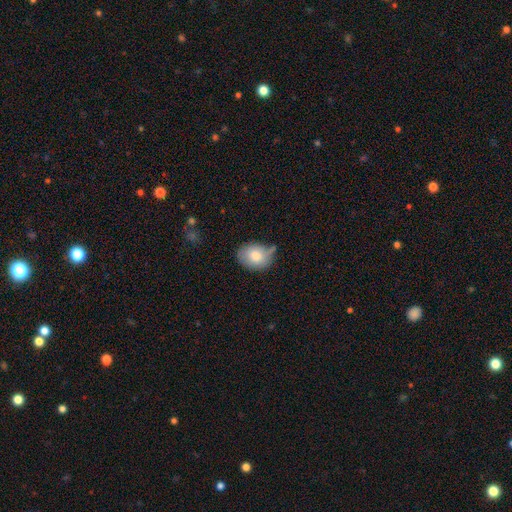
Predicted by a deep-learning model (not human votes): smooth 79%, featured or disk 13%, star or artifact 7%. Down the decision tree: how rounded — in between (61%); merging — none (58%).